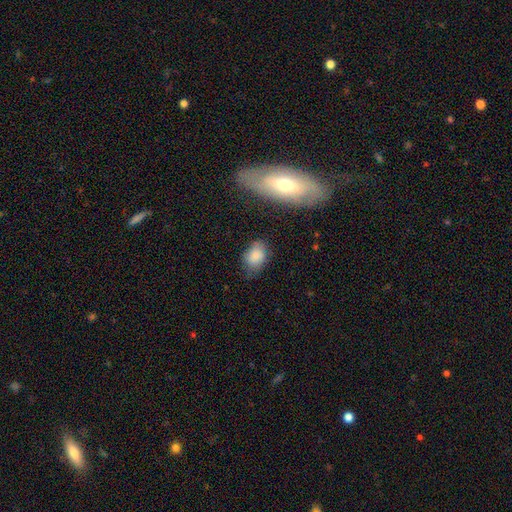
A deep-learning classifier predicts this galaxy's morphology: smooth-or-featured: smooth: 83% | star or artifact: 9% | featured or disk: 8%
  how-rounded: in between: 80% | round: 18% | cigar-shaped: 2%
  merging: none: 63% | minor disturbance: 27% | major disturbance: 7% | merger: 3%